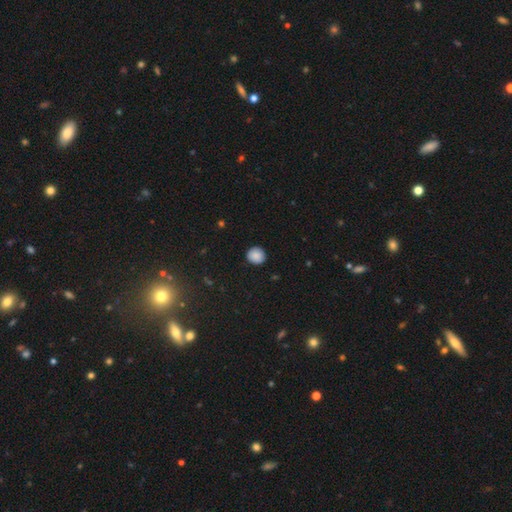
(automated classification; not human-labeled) The model was most divided on "smooth or featured": smooth: 87%, star or artifact: 9%, featured or disk: 5%. More confident: how rounded — round (90%); merging — none (89%).